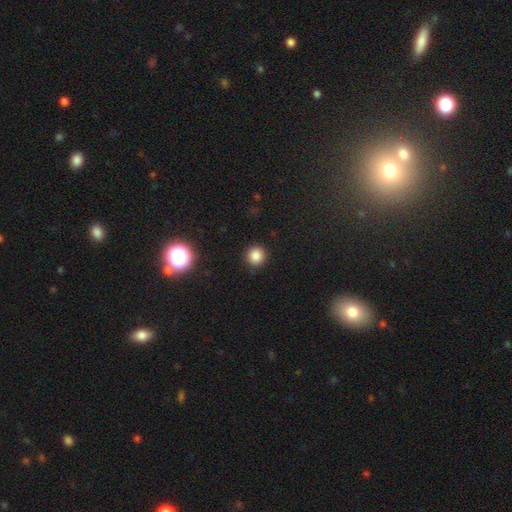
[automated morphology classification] This appears to be a smooth galaxy with no disk features (83%) that is round (94%). Merging: none (90%).